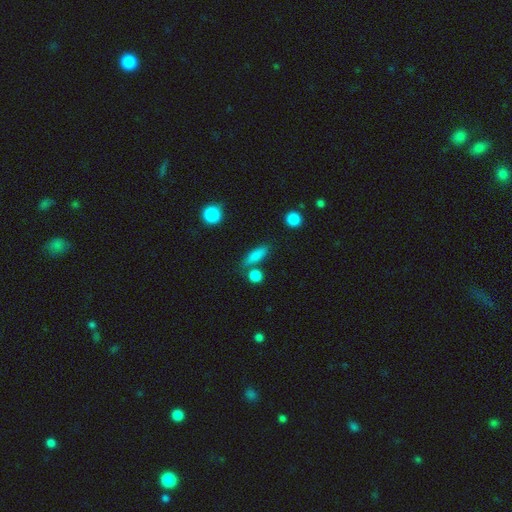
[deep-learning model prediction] The model was most divided on "how rounded": cigar-shaped: 47%, in between: 45%, round: 8%. More confident: smooth or featured — smooth (80%); merging — none (71%).